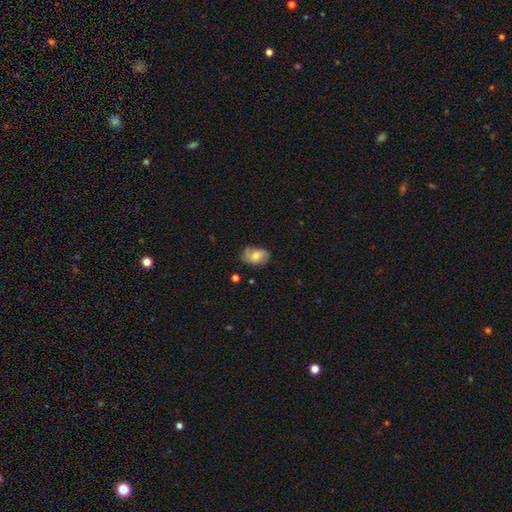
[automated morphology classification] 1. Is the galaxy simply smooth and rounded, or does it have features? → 58% smooth, 33% featured or disk, 8% star or artifact.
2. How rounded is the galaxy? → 84% in between, 15% round, 1% cigar-shaped.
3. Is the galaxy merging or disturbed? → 64% none, 27% minor disturbance, 7% major disturbance, 2% merger.